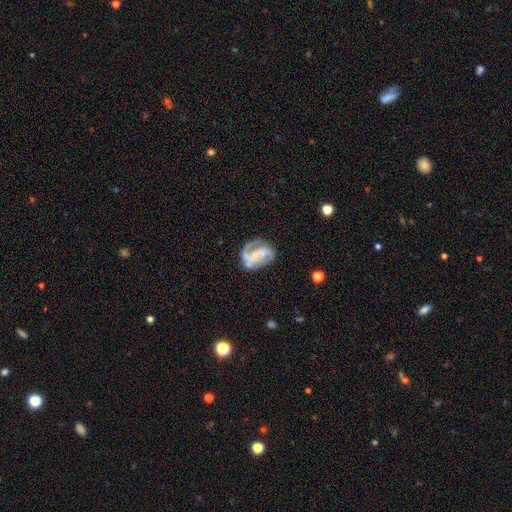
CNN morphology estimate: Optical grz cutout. It shows a featured or disk galaxy (83%) with no bar (48%), 2 (61%) medium (49%) spiral arms (93%) and a small central bulge (57%). Merging: none (56%).